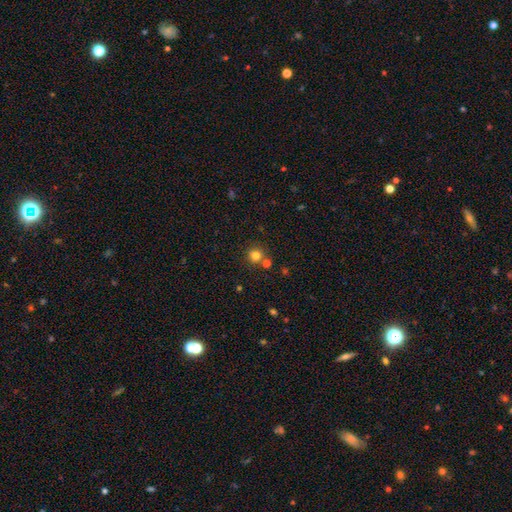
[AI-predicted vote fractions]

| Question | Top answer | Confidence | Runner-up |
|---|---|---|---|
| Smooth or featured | smooth | 78% | star or artifact (15%) |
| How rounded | round | 90% | in between (9%) |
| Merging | none | 73% | merger (16%) |